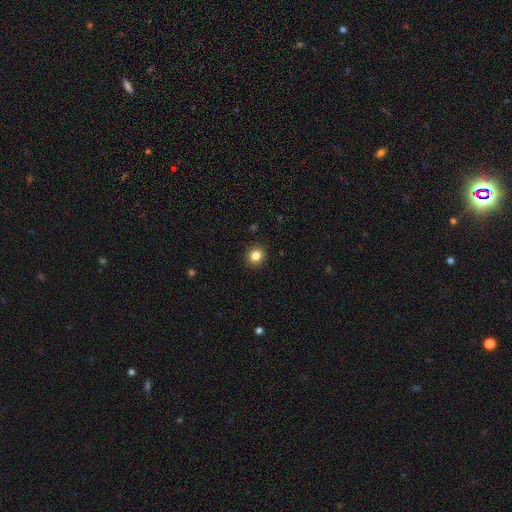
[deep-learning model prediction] Morphology: type=smooth (85%); roundness=round (82%); merging=none (91%).